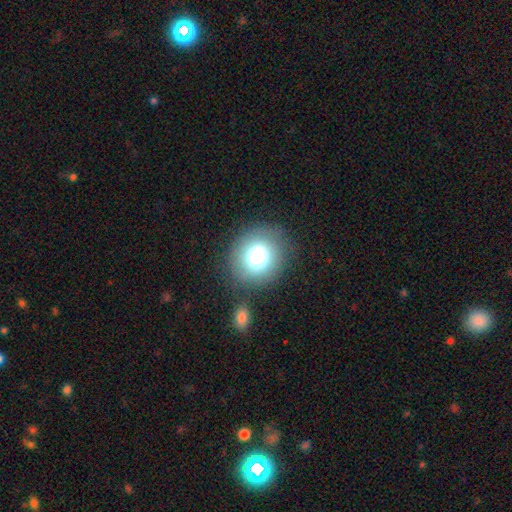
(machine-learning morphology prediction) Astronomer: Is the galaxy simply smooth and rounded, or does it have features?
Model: smooth — 77%.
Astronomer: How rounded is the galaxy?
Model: round — 84%.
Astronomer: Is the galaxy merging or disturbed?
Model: none — 77%.